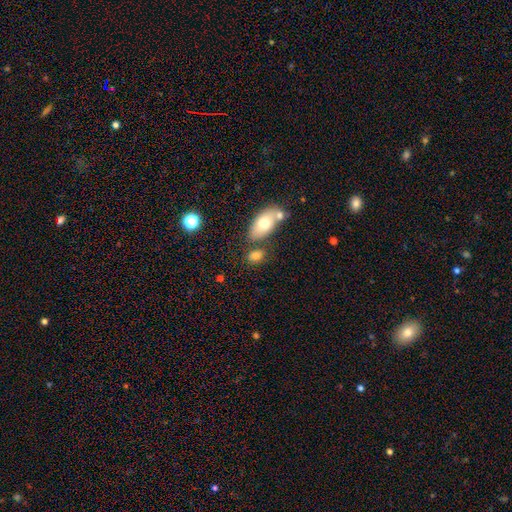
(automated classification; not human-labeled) Q: Smooth or featured?
A: smooth (74%); runner-up: featured or disk (15%)
Q: How rounded?
A: in between (79%); runner-up: round (17%)
Q: Merging?
A: none (58%); runner-up: merger (23%)